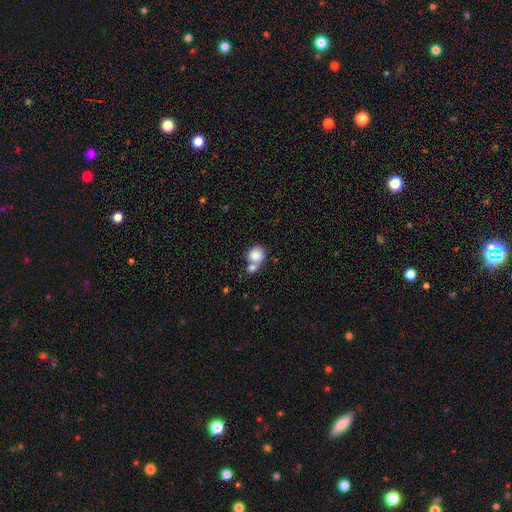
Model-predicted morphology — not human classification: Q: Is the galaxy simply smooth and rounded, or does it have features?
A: smooth — 84%.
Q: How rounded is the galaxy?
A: round — 78%.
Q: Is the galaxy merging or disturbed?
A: merger — 49%.